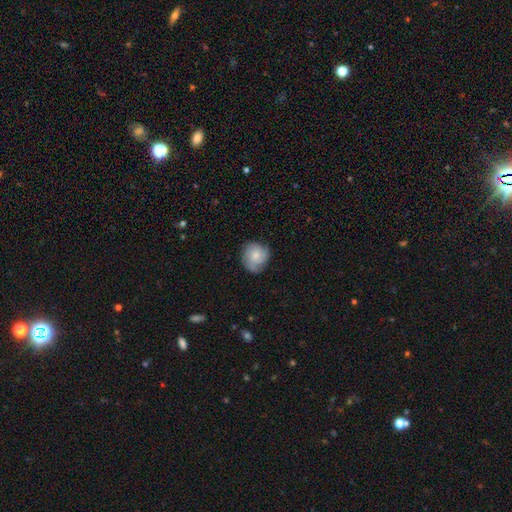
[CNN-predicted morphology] smooth 62%, featured or disk 30%, star or artifact 7%. Down the decision tree: how rounded — round (84%); merging — none (69%).